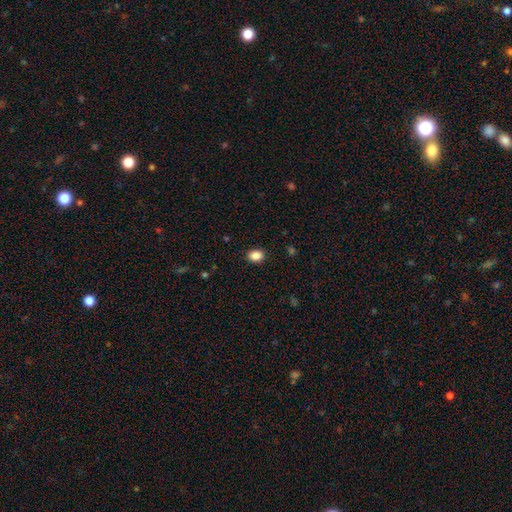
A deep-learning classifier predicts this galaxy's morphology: A smooth galaxy with no disk features (88%) that is in between round and cigar-shaped (63%). Merging: none (90%).